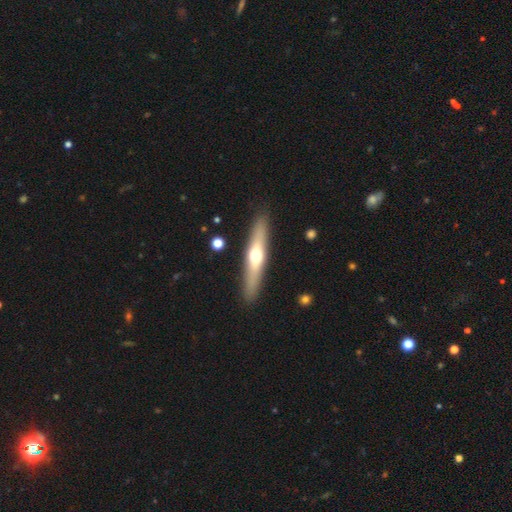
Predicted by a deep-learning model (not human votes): A featured or disk galaxy (52%) viewed edge-on (91%). Merging: none (90%).